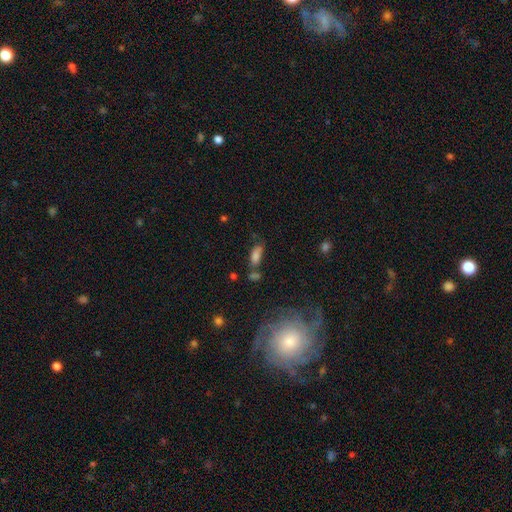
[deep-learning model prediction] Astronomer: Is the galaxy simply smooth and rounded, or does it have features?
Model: smooth — 72%.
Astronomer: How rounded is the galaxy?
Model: in between — 71%.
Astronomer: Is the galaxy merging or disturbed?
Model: none — 55%.